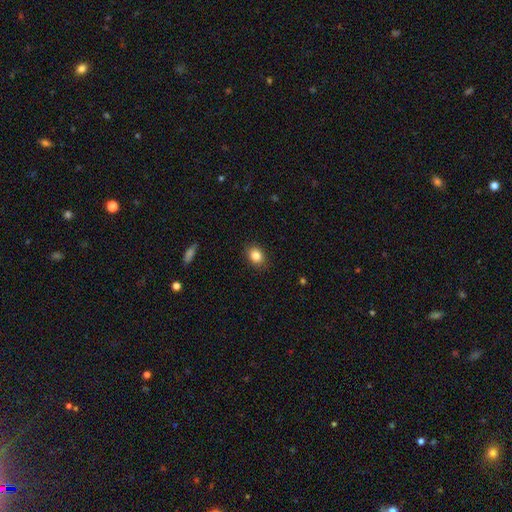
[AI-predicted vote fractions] Smooth or featured: smooth — 85% (star or artifact — 9%)
How rounded: in between — 52% (round — 47%)
Merging: none — 88% (minor disturbance — 9%)